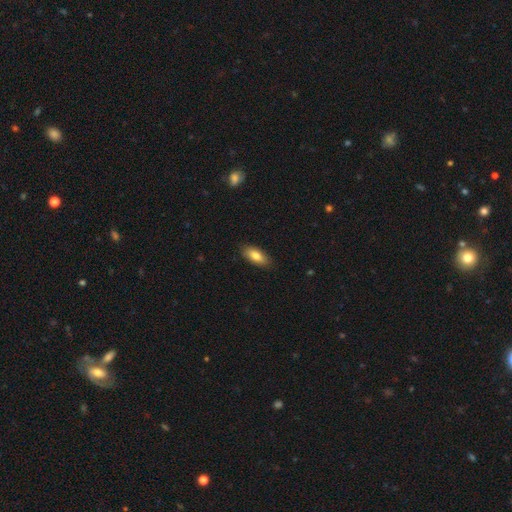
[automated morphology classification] smooth 81%, featured or disk 12%, star or artifact 7%. Down the decision tree: how rounded — in between (84%); merging — none (86%).